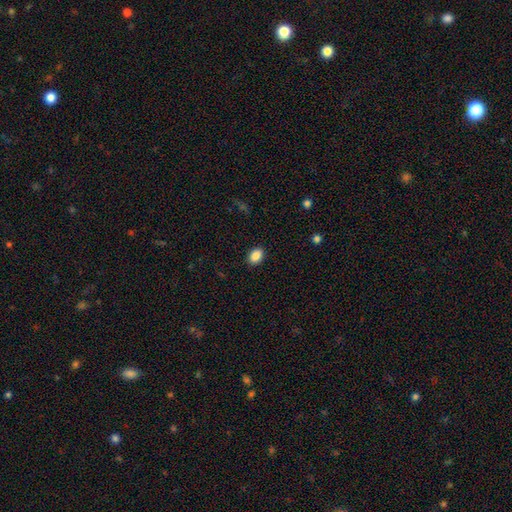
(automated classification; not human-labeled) Smooth or featured? smooth (88%)
How rounded? in between (79%)
Merging? none (90%)